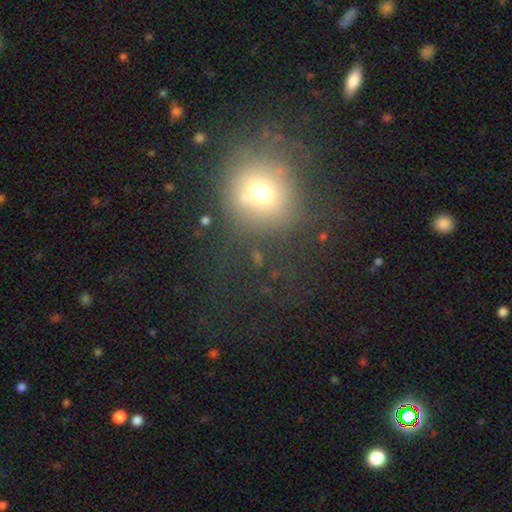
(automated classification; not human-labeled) smooth 62%, star or artifact 23%, featured or disk 15%. Down the decision tree: how rounded — round (86%); merging — none (63%).